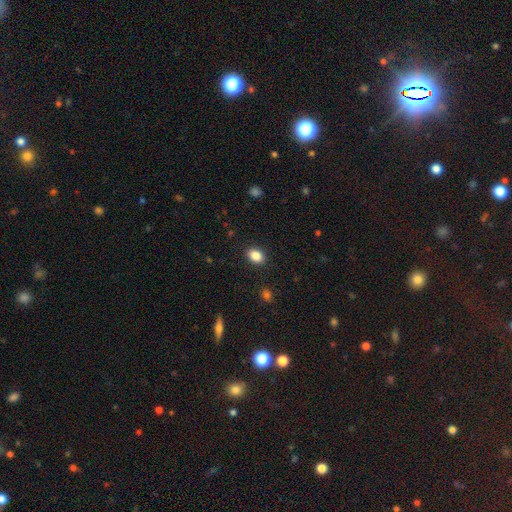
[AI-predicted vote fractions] Morphology: type=smooth (86%); roundness=in between (75%); merging=none (89%).